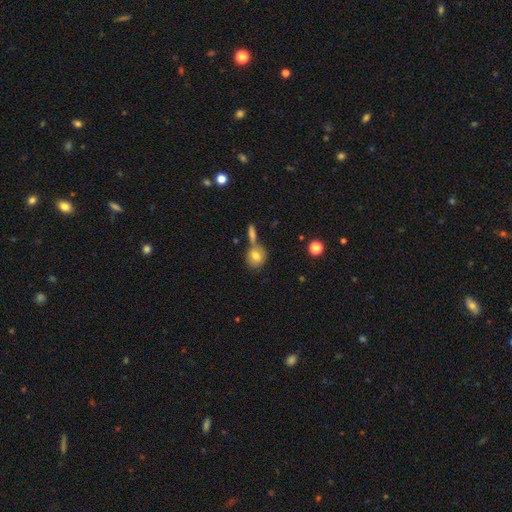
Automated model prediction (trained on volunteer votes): Morphology: type=smooth (76%); roundness=round (72%); merging=none (52%).